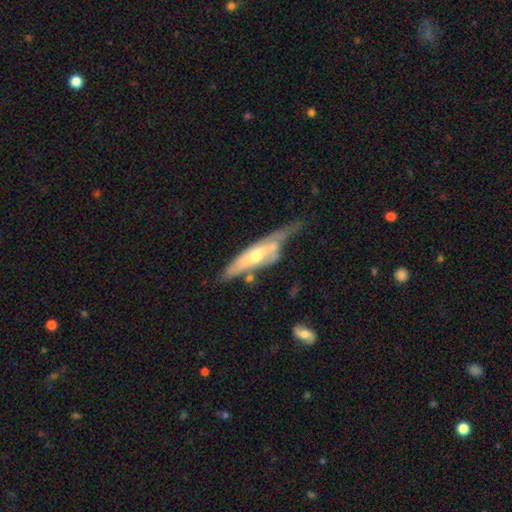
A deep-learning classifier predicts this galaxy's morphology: featured or disk 61%, smooth 34%, star or artifact 5%. Down the decision tree: edge-on disk — yes (53%); merging — minor disturbance (31%).